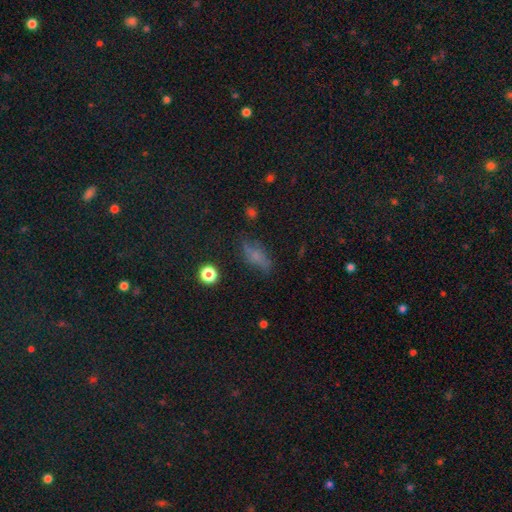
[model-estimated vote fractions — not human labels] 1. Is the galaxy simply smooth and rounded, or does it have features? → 58% smooth, 21% featured or disk, 20% star or artifact.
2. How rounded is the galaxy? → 70% in between, 21% cigar-shaped, 9% round.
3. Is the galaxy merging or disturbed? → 61% none, 24% minor disturbance, 11% major disturbance, 3% merger.